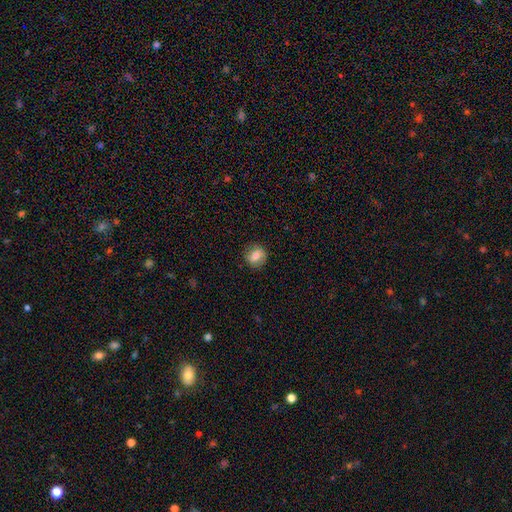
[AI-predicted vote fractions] Smooth or featured? smooth (76%)
How rounded? round (79%)
Merging? none (85%)